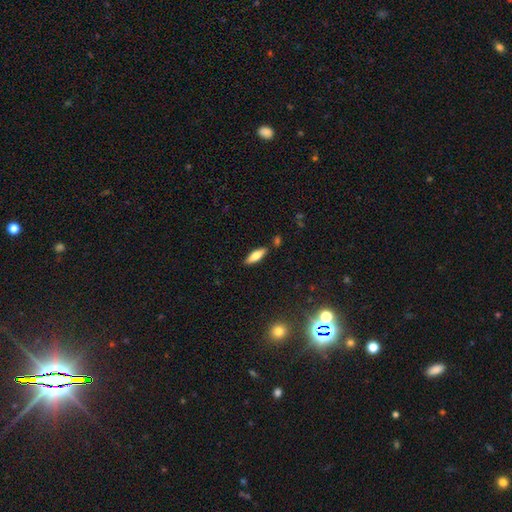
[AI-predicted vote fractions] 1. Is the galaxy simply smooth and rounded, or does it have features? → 66% smooth, 28% featured or disk, 7% star or artifact.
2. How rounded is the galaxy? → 49% in between (tied), 49% cigar-shaped (tied), 2% round.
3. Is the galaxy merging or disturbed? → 86% none, 9% minor disturbance, 3% merger, 2% major disturbance.